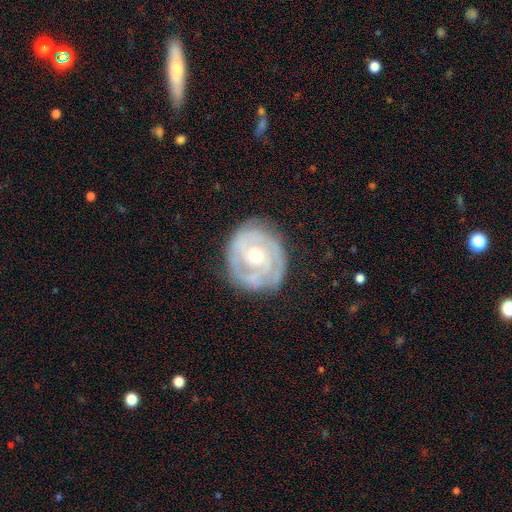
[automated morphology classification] Overall: featured or disk (81%). Edge-on disk: no (97%). Bar: no (73%). Spiral arms: yes (85%). Spiral arm count: can't tell (35%; 2 31%). Spiral winding: tight (73%). Bulge size: moderate (65%; small 29%). Merging: none (76%).